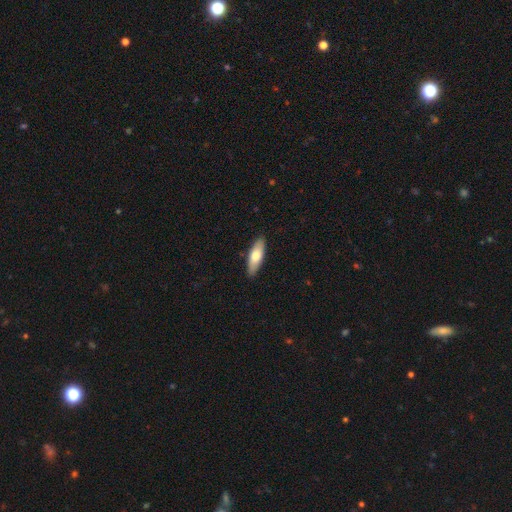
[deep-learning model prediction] A smooth galaxy with no disk features (71%) that is in between round and cigar-shaped (61%).

Vote fractions:
- Smooth or featured? smooth: 71% / featured or disk: 23% / star or artifact: 5%
- How rounded? in between: 61% / cigar-shaped: 37% / round: 2%
- Merging? none: 88% / minor disturbance: 9% / major disturbance: 2% / merger: 1%